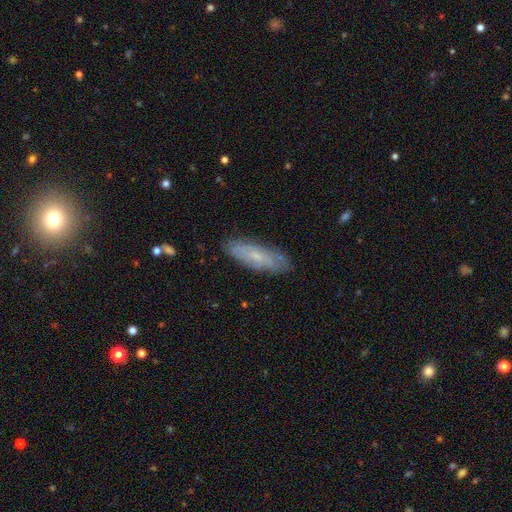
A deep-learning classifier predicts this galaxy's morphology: Smooth or featured? Predicted: smooth (p=0.50). How rounded? Predicted: in between (p=0.51). Merging? Predicted: none (p=0.81).